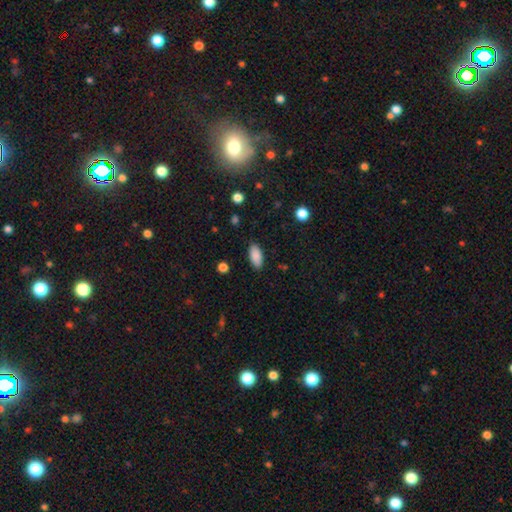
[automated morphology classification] smooth-or-featured: smooth: 89% | star or artifact: 7% | featured or disk: 4%
  how-rounded: in between: 90% | cigar-shaped: 8% | round: 2%
  merging: none: 88% | minor disturbance: 9% | major disturbance: 2% | merger: 1%